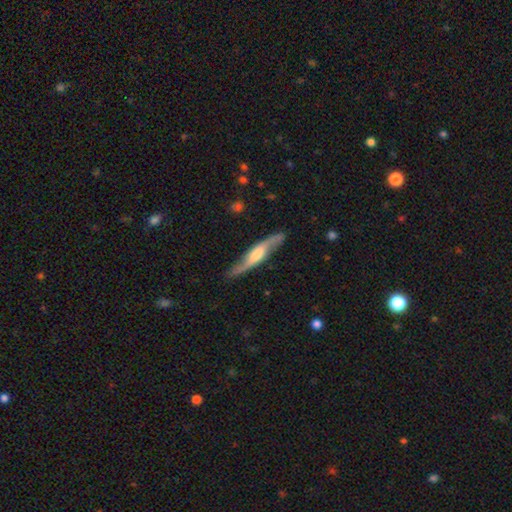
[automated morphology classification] The model was most divided on "edge-on disk": yes: 57%, no: 43%. More confident: merging — none (83%); smooth or featured — featured or disk (80%).